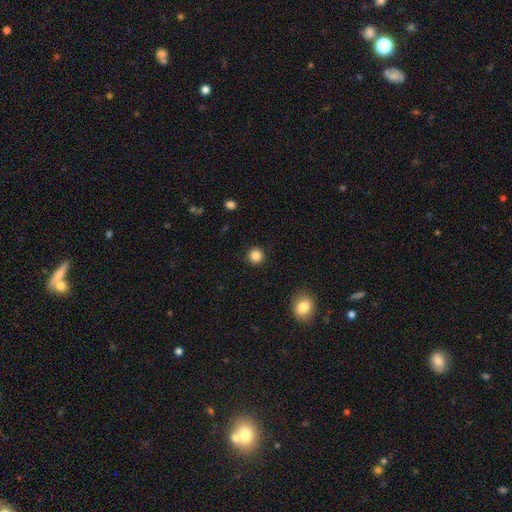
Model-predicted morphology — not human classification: smooth_or_featured: smooth (p=0.86) [alt: star or artifact p=0.11]
how_rounded: round (p=0.94) [alt: in between p=0.05]
merging: none (p=0.92) [alt: minor disturbance p=0.05]